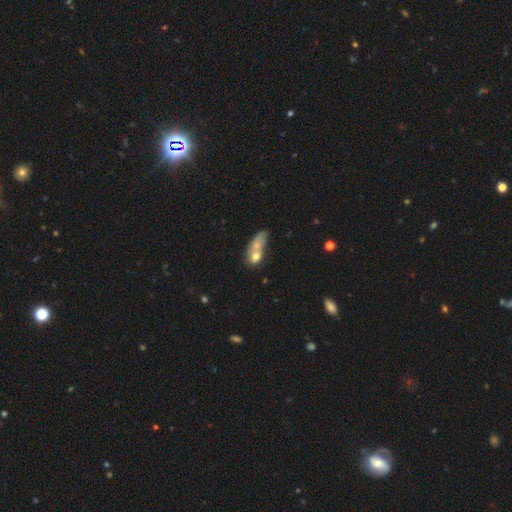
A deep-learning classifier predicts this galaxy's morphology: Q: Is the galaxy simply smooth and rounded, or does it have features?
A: smooth — 61%.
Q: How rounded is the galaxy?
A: in between — 56%.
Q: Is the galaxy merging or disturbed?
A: merger — 53%.